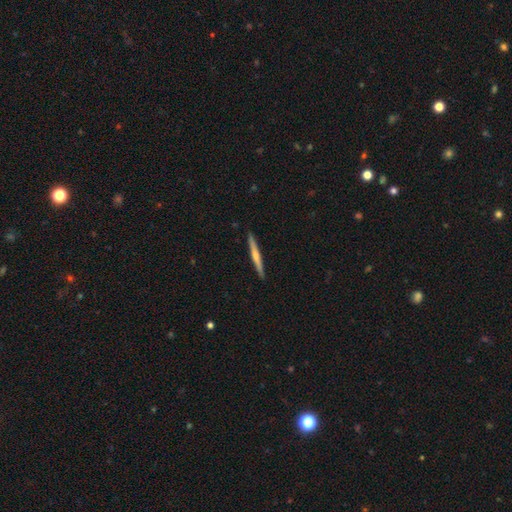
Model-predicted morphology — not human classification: Q: Smooth or featured?
A: featured or disk (53%); runner-up: smooth (42%)
Q: Edge-on disk?
A: yes (98%); runner-up: no (2%)
Q: Edge-on bulge?
A: rounded (63%); runner-up: none (31%)
Q: Merging?
A: none (92%); runner-up: minor disturbance (6%)